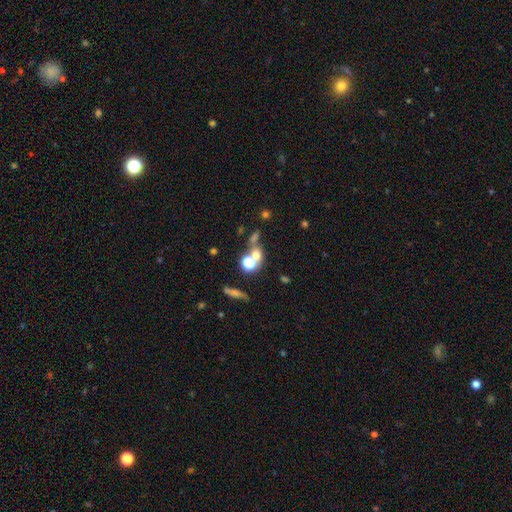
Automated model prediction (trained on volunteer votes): smooth_or_featured: smooth (p=0.58) [alt: star or artifact p=0.24]
how_rounded: round (p=0.67) [alt: in between p=0.27]
merging: none (p=0.43) [alt: merger p=0.42]